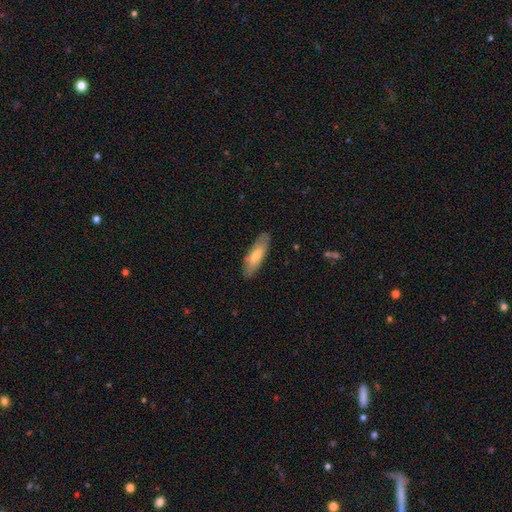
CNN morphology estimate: smooth_or_featured: smooth (p=0.64) [alt: featured or disk p=0.30]
how_rounded: in between (p=0.52) [alt: cigar-shaped p=0.47]
merging: none (p=0.85) [alt: minor disturbance p=0.12]